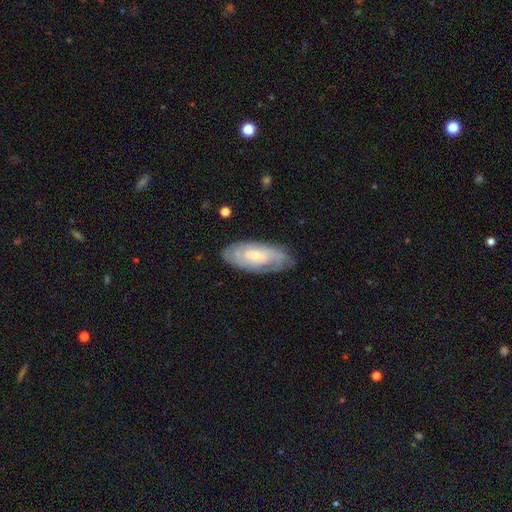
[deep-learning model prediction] A featured or disk galaxy (65%) with no bar (66%), spiral arms (83%) and a small central bulge (64%). Merging: none (75%).